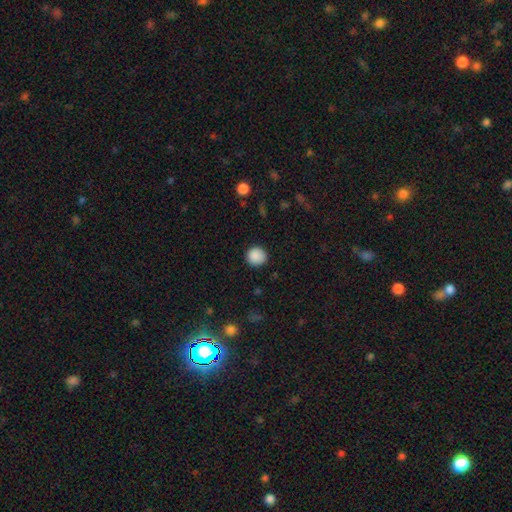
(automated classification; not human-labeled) Overall: smooth (89%). How rounded: round (93%). Merging: none (90%).